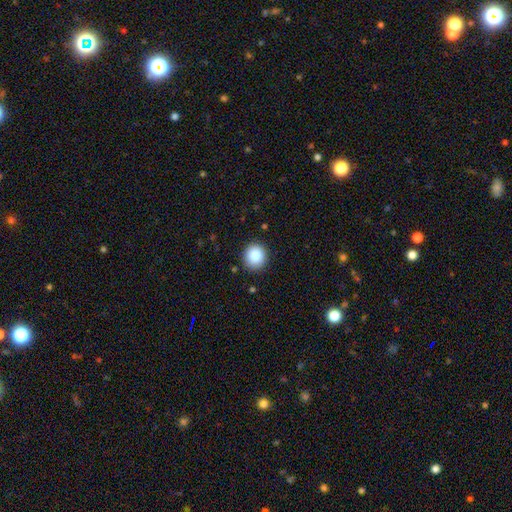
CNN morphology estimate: smooth_or_featured: smooth (p=0.84) [alt: star or artifact p=0.10]
how_rounded: round (p=0.90) [alt: in between p=0.09]
merging: none (p=0.90) [alt: minor disturbance p=0.07]